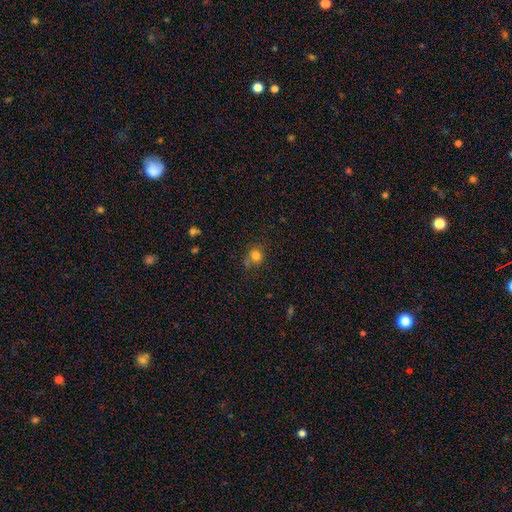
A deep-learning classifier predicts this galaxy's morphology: Smooth or featured? Predicted: smooth (p=0.80). How rounded? Predicted: round (p=0.85). Merging? Predicted: none (p=0.67).